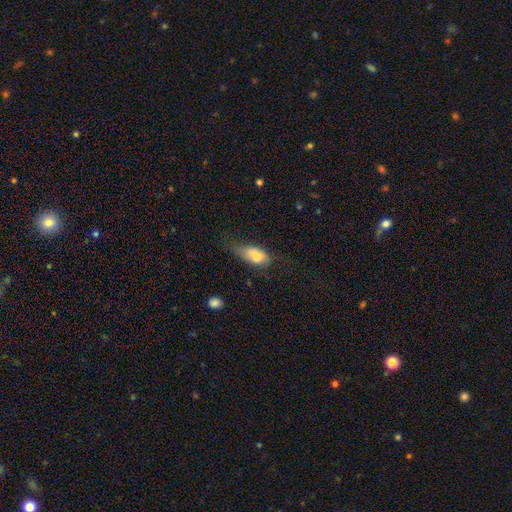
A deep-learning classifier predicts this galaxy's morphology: Q: Smooth or featured?
A: smooth (67%); runner-up: featured or disk (23%)
Q: How rounded?
A: in between (85%); runner-up: cigar-shaped (10%)
Q: Merging?
A: minor disturbance (34%); runner-up: none (32%)